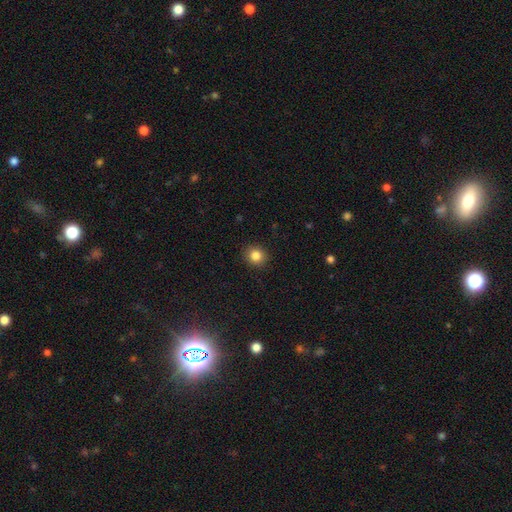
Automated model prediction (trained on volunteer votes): This is clearly a smooth galaxy (84%). How rounded: clearly round (84%). Merging: clearly none (91%).